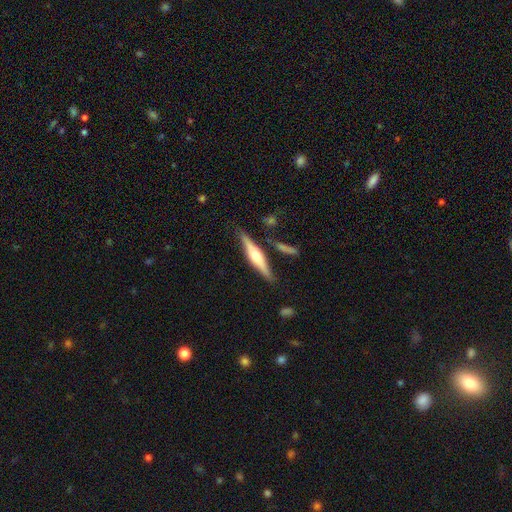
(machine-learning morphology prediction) Smooth or featured? Predicted: featured or disk (p=0.64). Edge-on disk? Predicted: yes (p=0.96). Edge-on bulge? Predicted: rounded (p=0.83). Merging? Predicted: none (p=0.82).